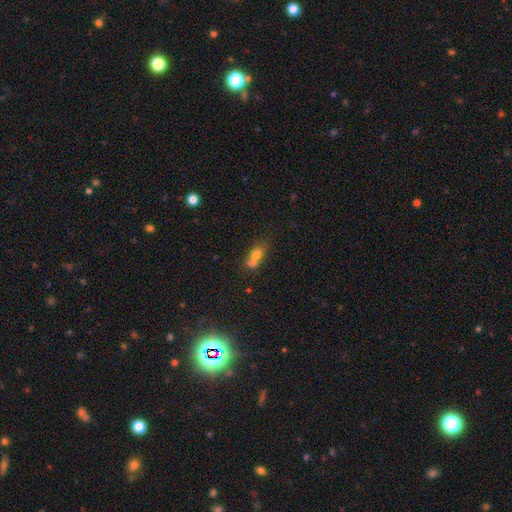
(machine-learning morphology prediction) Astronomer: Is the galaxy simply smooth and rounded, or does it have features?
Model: smooth — 66%.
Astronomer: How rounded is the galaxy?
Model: in between — 54% (runner-up: round, 38%).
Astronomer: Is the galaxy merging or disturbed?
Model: merger — 60%.